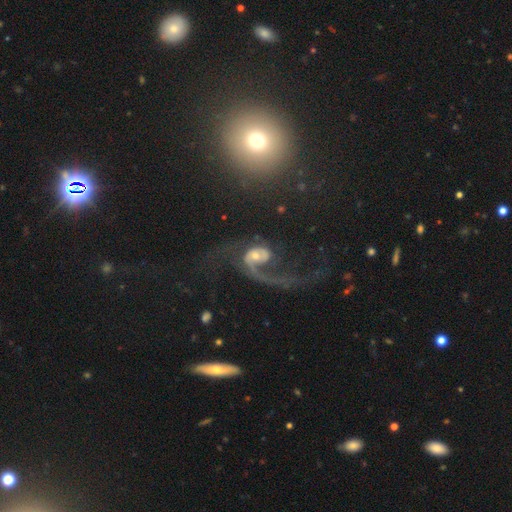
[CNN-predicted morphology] Smooth or featured: featured or disk — 82% (smooth — 10%)
Edge-on disk: no — 98% (yes — 2%)
Bar: no — 64% (weak — 28%)
Spiral arms: yes — 91% (no — 9%)
Spiral winding: loose — 66% (medium — 27%)
Spiral arm count: 2 — 46% (1 — 45%)
Bulge size: moderate — 47% (small — 39%)
Merging: major disturbance — 44% (none — 33%)